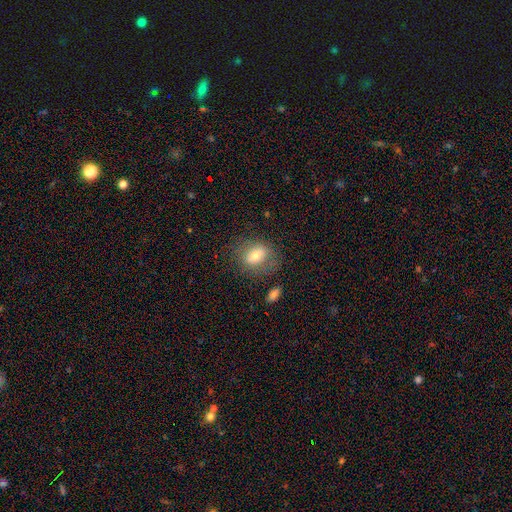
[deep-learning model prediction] This is likely a smooth galaxy (65%). How rounded: possibly in between (59%). Merging: likely none (69%).